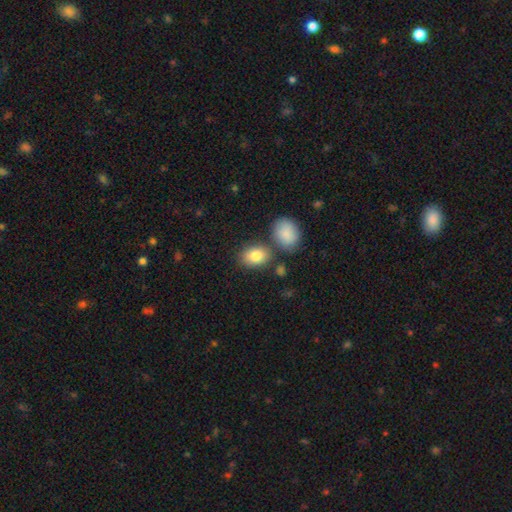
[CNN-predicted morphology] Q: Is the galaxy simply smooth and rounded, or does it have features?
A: smooth — 84%.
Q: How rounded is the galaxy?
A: in between — 77%.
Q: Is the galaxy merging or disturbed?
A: none — 69%.